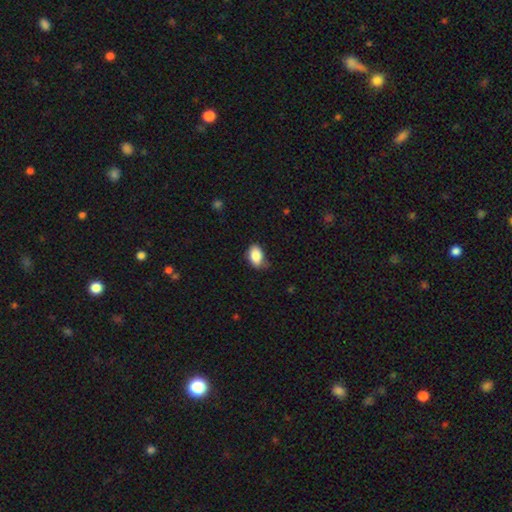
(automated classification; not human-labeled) Smooth or featured: smooth — 86% (star or artifact — 8%)
How rounded: in between — 86% (round — 12%)
Merging: none — 64% (minor disturbance — 29%)